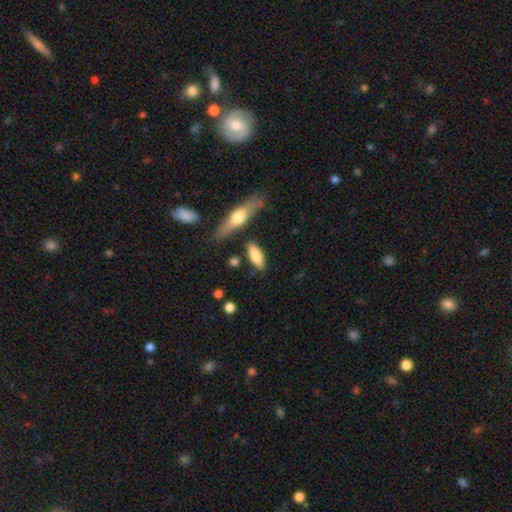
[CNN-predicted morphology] smooth-or-featured: smooth: 76% | featured or disk: 18% | star or artifact: 6%
  how-rounded: in between: 65% | cigar-shaped: 33% | round: 3%
  merging: none: 76% | minor disturbance: 14% | merger: 6% | major disturbance: 4%